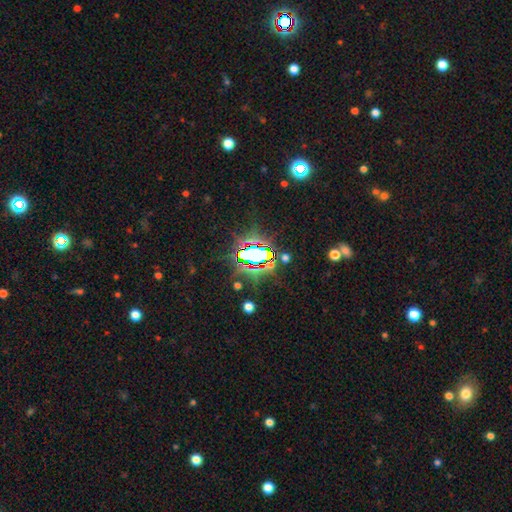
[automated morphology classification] This is likely a star or artifact rather than a galaxy (71%).